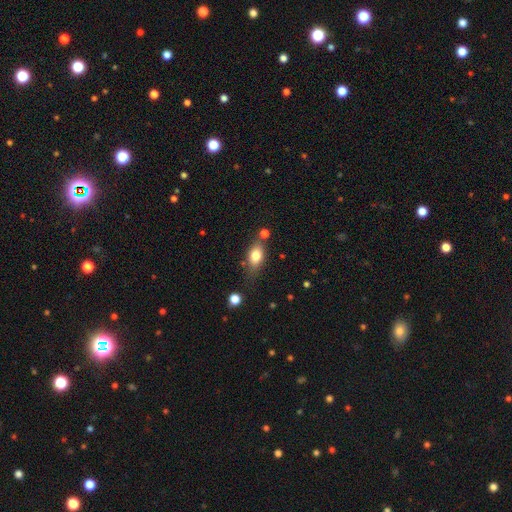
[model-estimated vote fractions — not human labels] Q: Smooth or featured?
A: smooth (78%); runner-up: featured or disk (14%)
Q: How rounded?
A: in between (81%); runner-up: round (12%)
Q: Merging?
A: none (64%); runner-up: minor disturbance (20%)